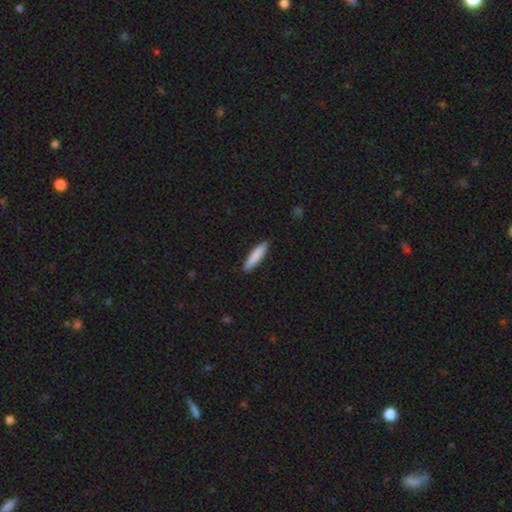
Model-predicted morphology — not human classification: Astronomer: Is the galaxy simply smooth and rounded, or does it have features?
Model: smooth — 85%.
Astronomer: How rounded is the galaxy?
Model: cigar-shaped — 81%.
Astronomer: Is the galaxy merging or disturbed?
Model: none — 90%.